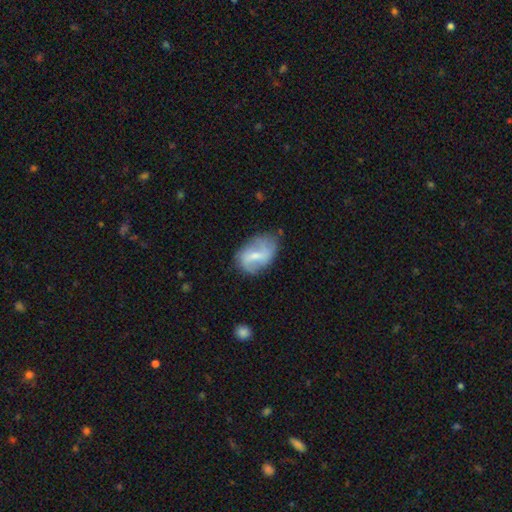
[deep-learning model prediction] A featured or disk galaxy (61%) with a weak bar (53%), spiral arms (78%) and a small central bulge (49%). Merging: none (64%).